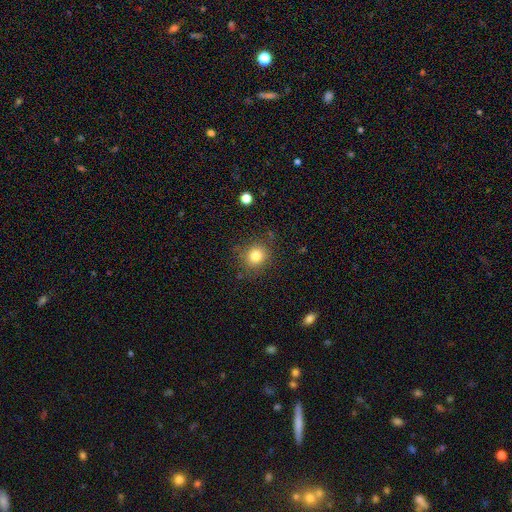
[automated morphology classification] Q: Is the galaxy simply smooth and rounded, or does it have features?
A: smooth — 81%.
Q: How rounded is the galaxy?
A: round — 84%.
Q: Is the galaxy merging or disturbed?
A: none — 83%.